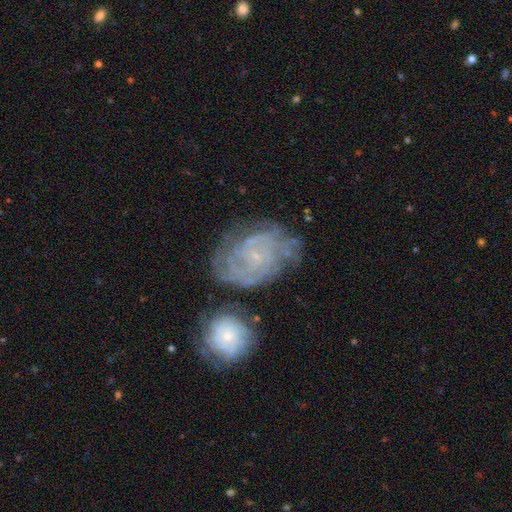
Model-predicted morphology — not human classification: Smooth or featured? Predicted: featured or disk (p=0.82). Edge-on disk? Predicted: no (p=0.97). Bar? Predicted: no (p=0.72). Spiral arms? Predicted: yes (p=0.94). Spiral winding? Predicted: tight (p=0.72). Spiral arm count? Predicted: can't tell (p=0.40). Bulge size? Predicted: small (p=0.85). Merging? Predicted: none (p=0.64).